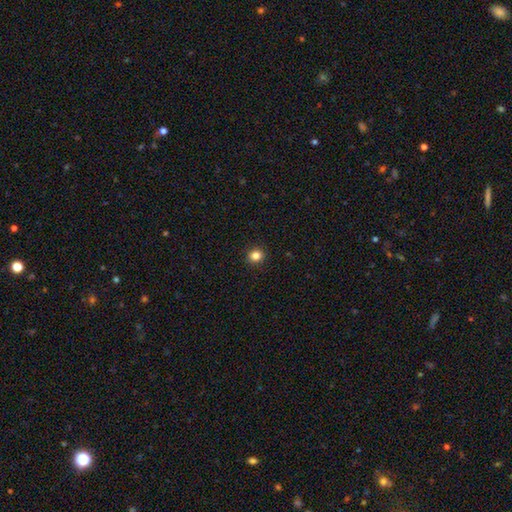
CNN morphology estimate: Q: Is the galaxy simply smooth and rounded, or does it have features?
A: smooth — 83%.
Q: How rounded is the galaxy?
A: round — 83%.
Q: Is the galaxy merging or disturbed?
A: none — 92%.